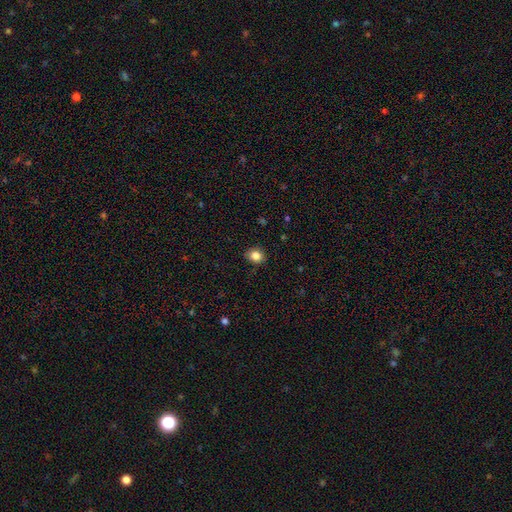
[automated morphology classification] Smooth or featured?
  - smooth: 83% *
  - star or artifact: 10%
  - featured or disk: 6%
How rounded?
  - round: 61% *
  - in between: 38%
  - cigar-shaped: 1%
Merging?
  - none: 86% *
  - minor disturbance: 10%
  - major disturbance: 2%
  - merger: 1%